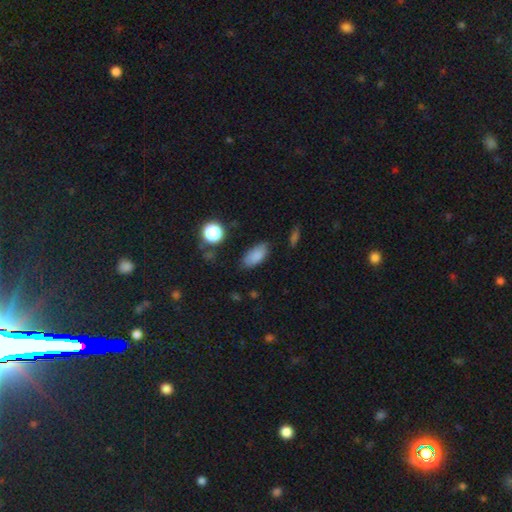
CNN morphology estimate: smooth_or_featured: smooth (p=0.84) [alt: star or artifact p=0.10]
how_rounded: in between (p=0.90) [alt: cigar-shaped p=0.06]
merging: none (p=0.77) [alt: minor disturbance p=0.17]